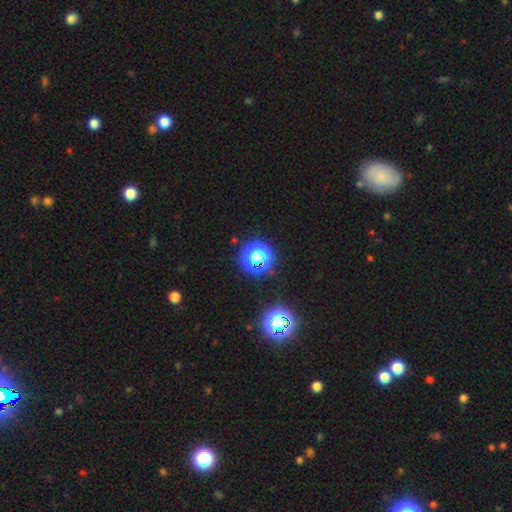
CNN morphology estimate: Smooth or featured?
  - star or artifact: 55% *
  - smooth: 36%
  - featured or disk: 9%